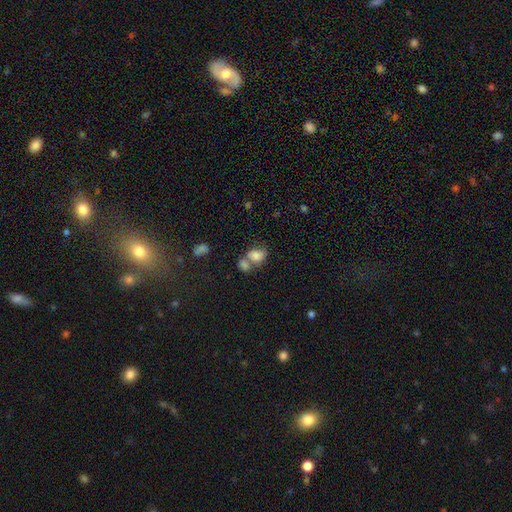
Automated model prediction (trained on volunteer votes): smooth 76%, featured or disk 14%, star or artifact 10%. Down the decision tree: how rounded — in between (69%); merging — merger (56%).